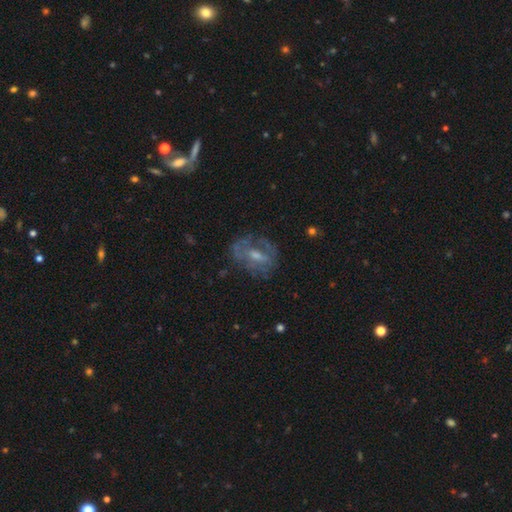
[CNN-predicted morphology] Smooth or featured: featured or disk — 60% (smooth — 28%)
Edge-on disk: no — 94% (yes — 6%)
Bar: no — 45% (weak — 41%)
Spiral arms: no — 57% (yes — 43%)
Bulge size: moderate — 47% (small — 35%)
Merging: none — 58% (minor disturbance — 21%)